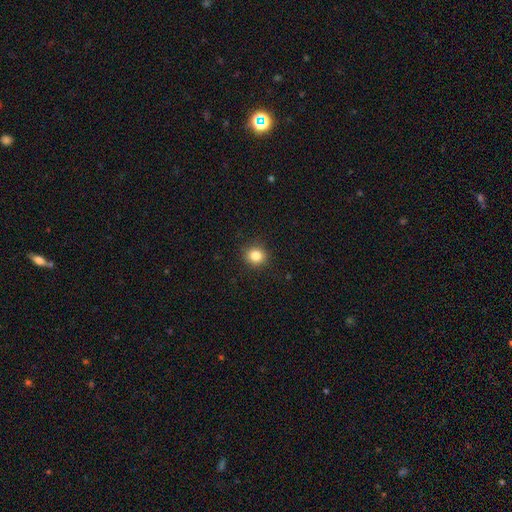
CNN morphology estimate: smooth_or_featured: smooth (p=0.84) [alt: star or artifact p=0.11]
how_rounded: round (p=0.84) [alt: in between p=0.15]
merging: none (p=0.91) [alt: minor disturbance p=0.06]